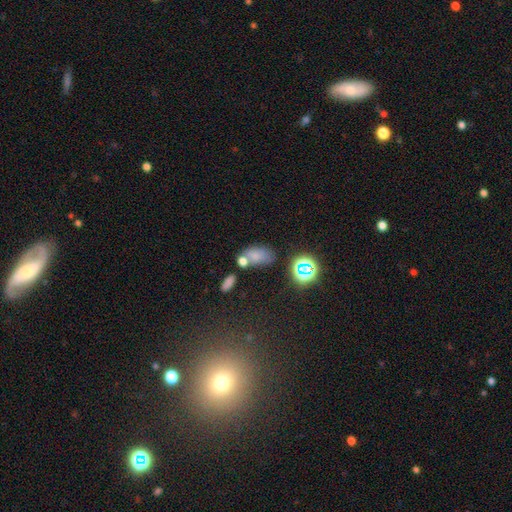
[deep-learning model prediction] This is likely a smooth galaxy (67%). How rounded: clearly in between (87%). Merging: possibly none (46%).